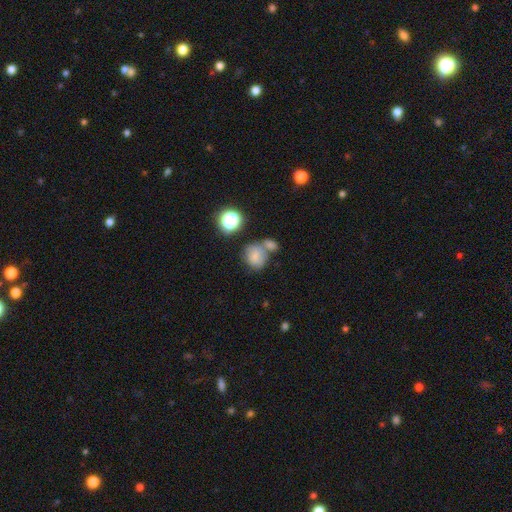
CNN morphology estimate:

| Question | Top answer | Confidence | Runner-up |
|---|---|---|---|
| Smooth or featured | smooth | 75% | star or artifact (13%) |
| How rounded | round | 60% | in between (39%) |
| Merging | merger | 41% | none (39%) |